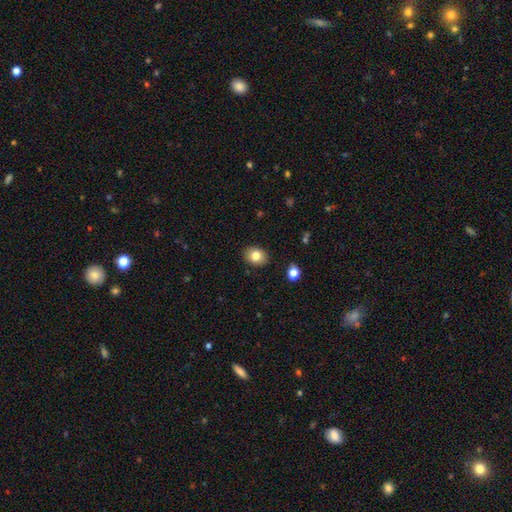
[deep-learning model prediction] Smooth or featured: smooth — 81% (featured or disk — 10%)
How rounded: in between — 59% (round — 40%)
Merging: none — 89% (minor disturbance — 8%)